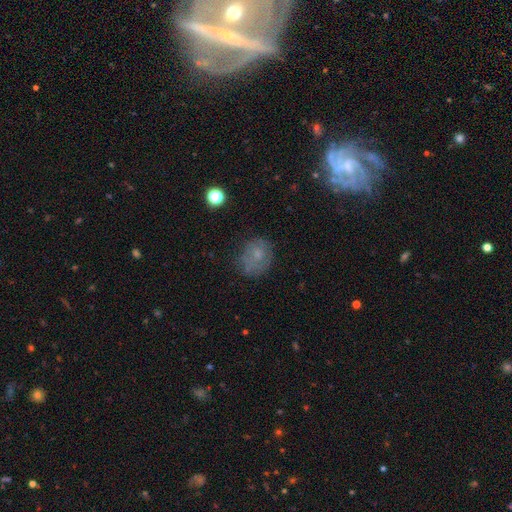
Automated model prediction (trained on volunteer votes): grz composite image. It shows a smooth galaxy with no disk features (59%) that is round (58%). Merging: none (61%).